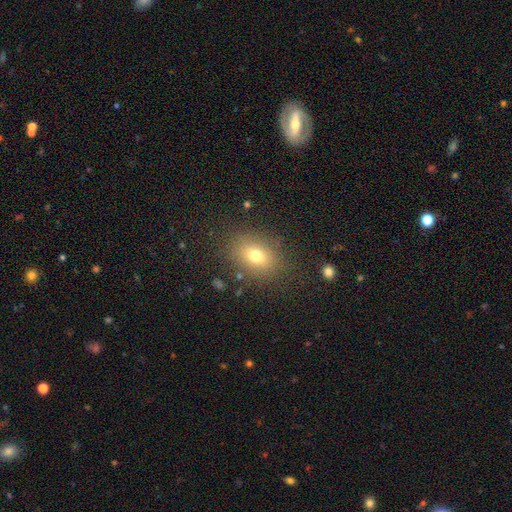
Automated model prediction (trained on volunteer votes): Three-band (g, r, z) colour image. It shows a smooth galaxy with no disk features (73%) that is in between round and cigar-shaped (70%). Merging: none (83%).